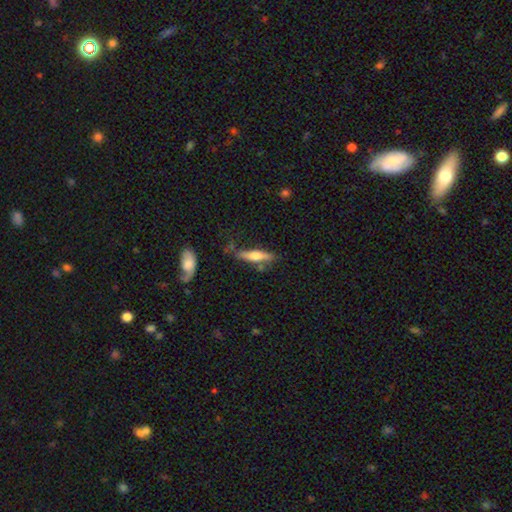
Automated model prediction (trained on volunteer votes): smooth_or_featured: featured or disk (p=0.49) [alt: smooth p=0.45]
merging: none (p=0.69) [alt: minor disturbance p=0.18]